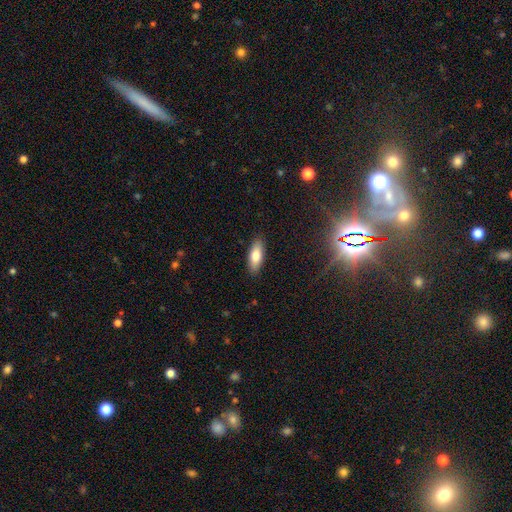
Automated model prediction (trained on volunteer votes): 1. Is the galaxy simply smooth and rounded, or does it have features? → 78% smooth, 15% featured or disk, 6% star or artifact.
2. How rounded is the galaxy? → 71% in between, 26% cigar-shaped, 2% round.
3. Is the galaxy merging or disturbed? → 89% none, 8% minor disturbance, 2% major disturbance, 1% merger.